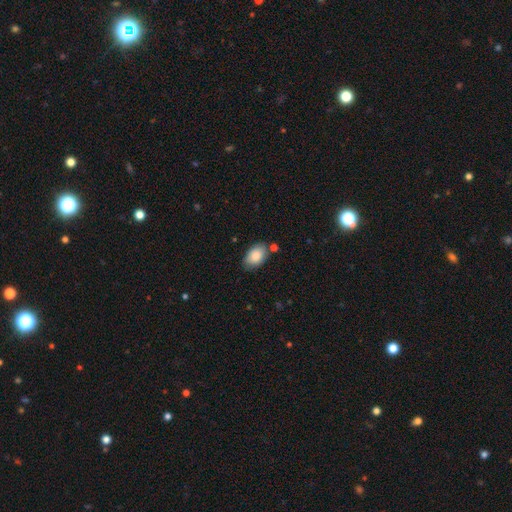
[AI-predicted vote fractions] Overall: smooth (85%). How rounded: in between (90%). Merging: none (73%).